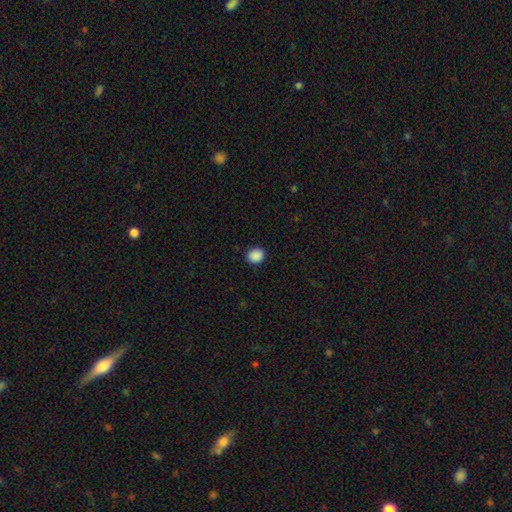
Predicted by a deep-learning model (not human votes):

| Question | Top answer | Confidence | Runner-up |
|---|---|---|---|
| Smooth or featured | smooth | 89% | star or artifact (9%) |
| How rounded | round | 72% | in between (27%) |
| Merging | none | 90% | minor disturbance (7%) |